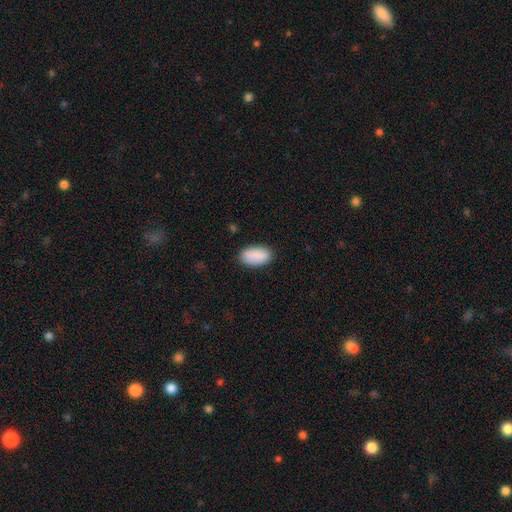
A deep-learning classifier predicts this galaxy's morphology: smooth_or_featured: smooth (p=0.90) [alt: star or artifact p=0.06]
how_rounded: in between (p=0.94) [alt: round p=0.03]
merging: none (p=0.85) [alt: minor disturbance p=0.11]